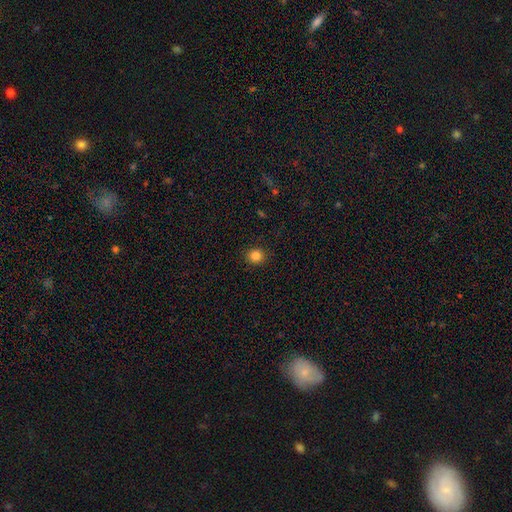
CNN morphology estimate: Smooth or featured: smooth — 84% (star or artifact — 12%)
How rounded: round — 87% (in between — 12%)
Merging: none — 91% (minor disturbance — 6%)